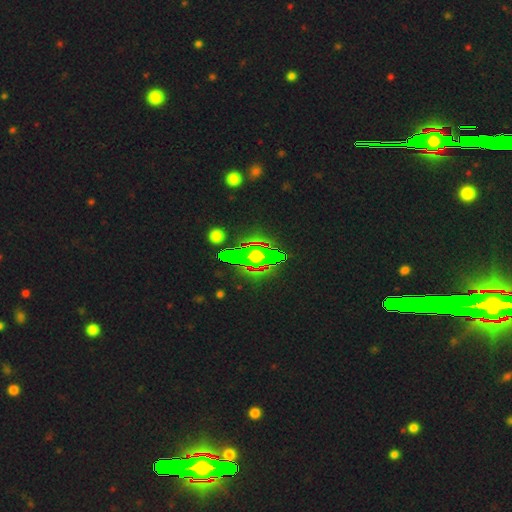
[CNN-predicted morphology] Smooth or featured? star or artifact (48%)